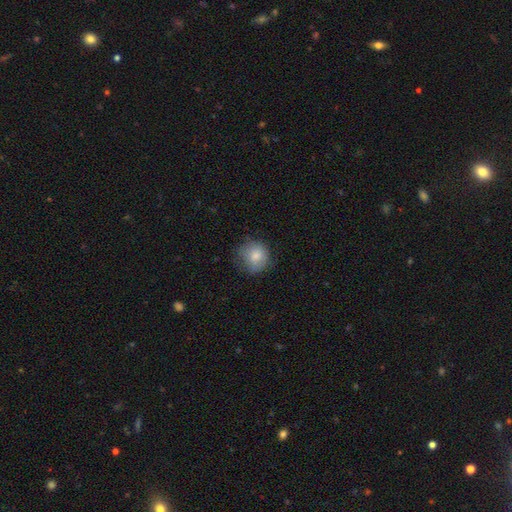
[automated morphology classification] Smooth or featured? smooth (80%)
How rounded? round (83%)
Merging? none (66%)